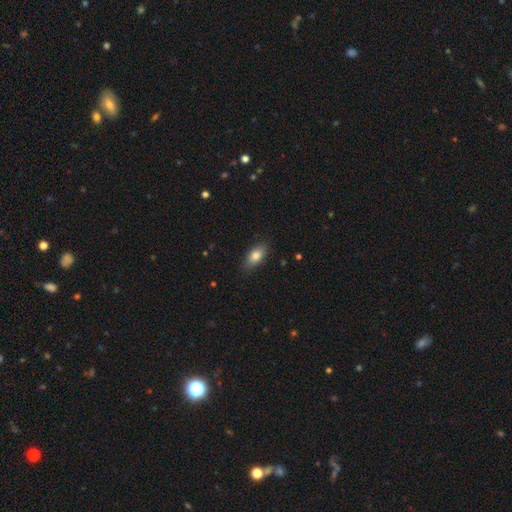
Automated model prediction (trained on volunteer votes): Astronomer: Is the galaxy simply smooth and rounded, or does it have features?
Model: smooth — 81%.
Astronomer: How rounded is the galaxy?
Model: in between — 87%.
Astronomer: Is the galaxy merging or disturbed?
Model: none — 85%.